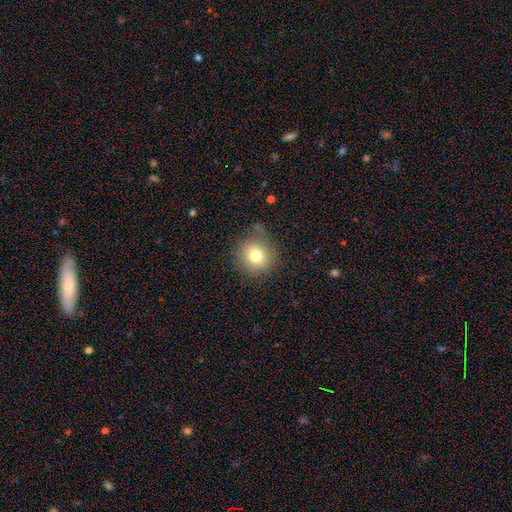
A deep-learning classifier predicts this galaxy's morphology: Smooth or featured: smooth — 78% (star or artifact — 11%)
How rounded: round — 88% (in between — 11%)
Merging: none — 76% (minor disturbance — 16%)